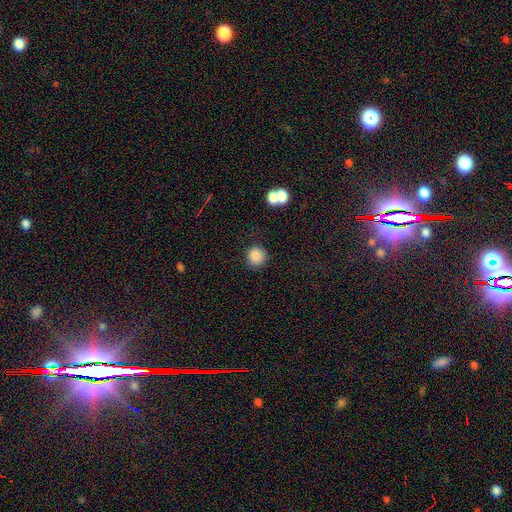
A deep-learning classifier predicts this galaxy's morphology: This is clearly a smooth galaxy (85%). How rounded: clearly round (91%). Merging: likely none (80%).